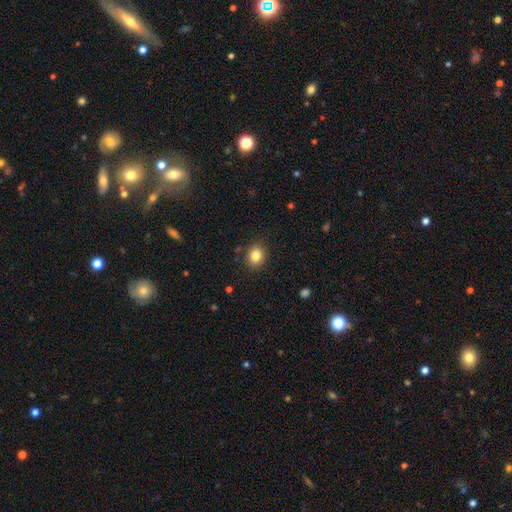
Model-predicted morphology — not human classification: Smooth or featured? smooth (83%)
How rounded? round (62%)
Merging? none (88%)